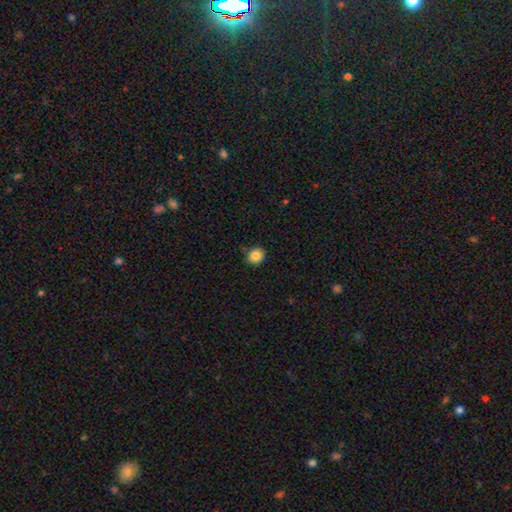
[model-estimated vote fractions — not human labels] Smooth or featured? Predicted: smooth (p=0.85). How rounded? Predicted: round (p=0.84). Merging? Predicted: none (p=0.86).